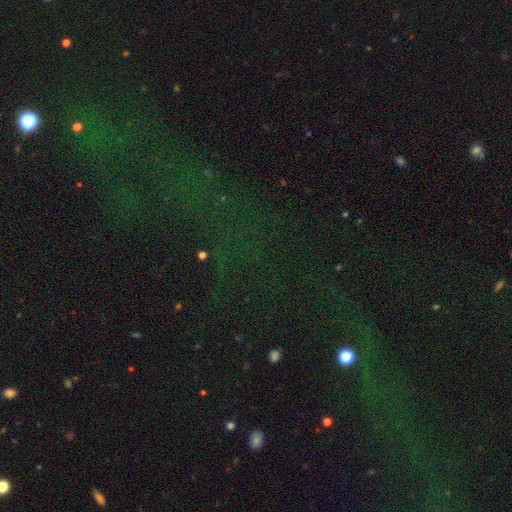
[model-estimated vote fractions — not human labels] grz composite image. It shows a star or artifact, not a galaxy (74%).